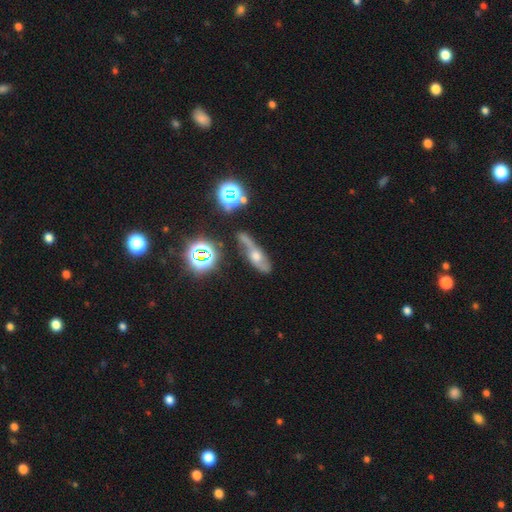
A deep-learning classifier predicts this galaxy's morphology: smooth_or_featured: featured or disk (p=0.53) [alt: smooth p=0.27]
disk_edge_on: no (p=0.70) [alt: yes p=0.30]
merging: none (p=0.56) [alt: minor disturbance p=0.21]